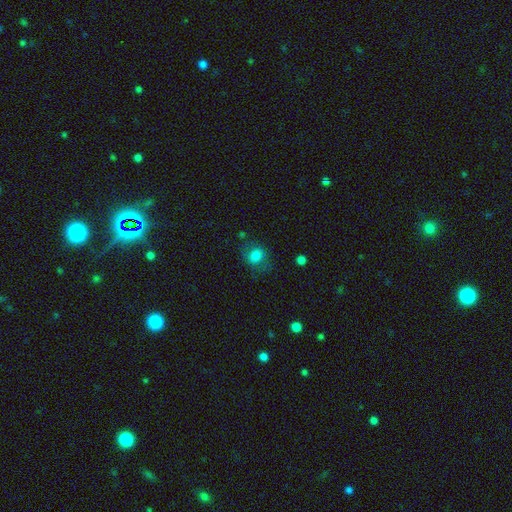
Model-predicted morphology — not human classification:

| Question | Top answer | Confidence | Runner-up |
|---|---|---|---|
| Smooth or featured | smooth | 77% | featured or disk (12%) |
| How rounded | round | 59% | in between (40%) |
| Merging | none | 68% | minor disturbance (20%) |